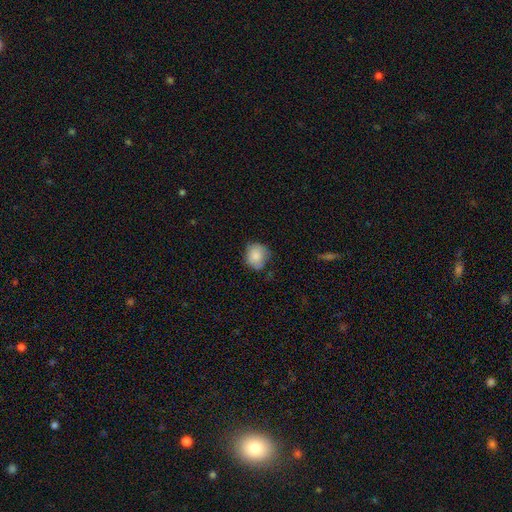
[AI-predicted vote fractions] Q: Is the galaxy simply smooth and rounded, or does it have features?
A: smooth — 82%.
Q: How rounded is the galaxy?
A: round — 76%.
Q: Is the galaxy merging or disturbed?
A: none — 64%.